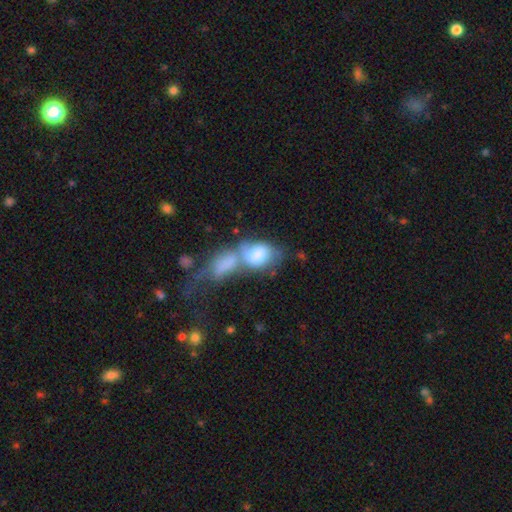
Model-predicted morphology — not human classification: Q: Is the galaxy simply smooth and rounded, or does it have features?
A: smooth — 67%.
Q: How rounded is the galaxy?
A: in between — 79%.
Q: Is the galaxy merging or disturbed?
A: merger — 68%.